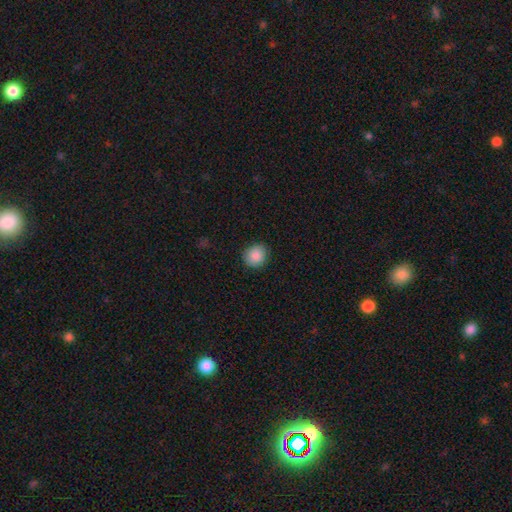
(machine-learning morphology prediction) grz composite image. It shows a smooth galaxy with no disk features (89%) that is round (84%). Merging: none (88%).